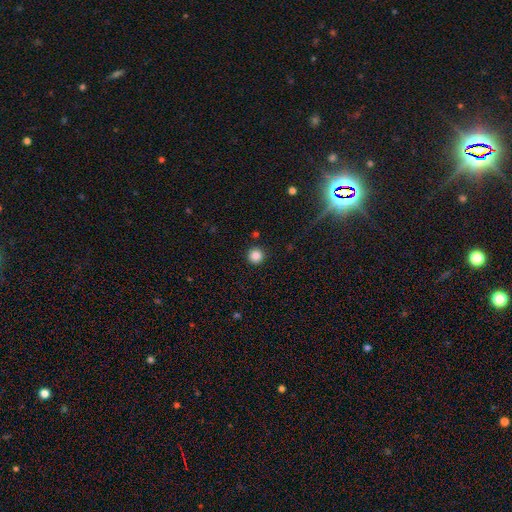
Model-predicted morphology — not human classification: This is clearly a smooth galaxy (85%). How rounded: clearly round (95%). Merging: clearly none (92%).